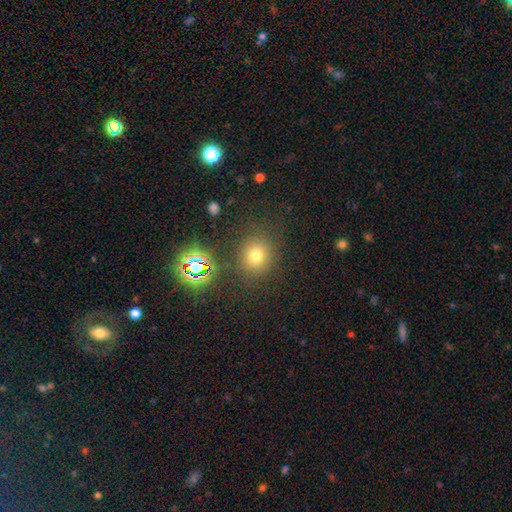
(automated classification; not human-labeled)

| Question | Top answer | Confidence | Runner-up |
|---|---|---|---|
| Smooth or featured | smooth | 70% | star or artifact (22%) |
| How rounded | round | 82% | in between (17%) |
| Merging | none | 83% | minor disturbance (10%) |